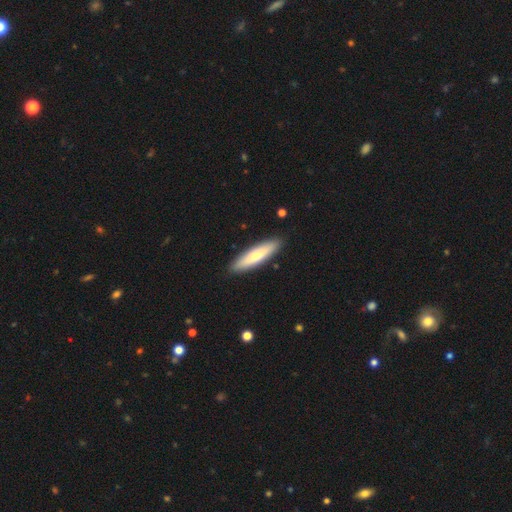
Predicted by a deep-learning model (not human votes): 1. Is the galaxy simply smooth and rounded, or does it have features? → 68% smooth, 27% featured or disk, 5% star or artifact.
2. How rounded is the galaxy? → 72% cigar-shaped, 26% in between, 1% round.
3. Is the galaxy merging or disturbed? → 89% none, 8% minor disturbance, 2% major disturbance, 1% merger.